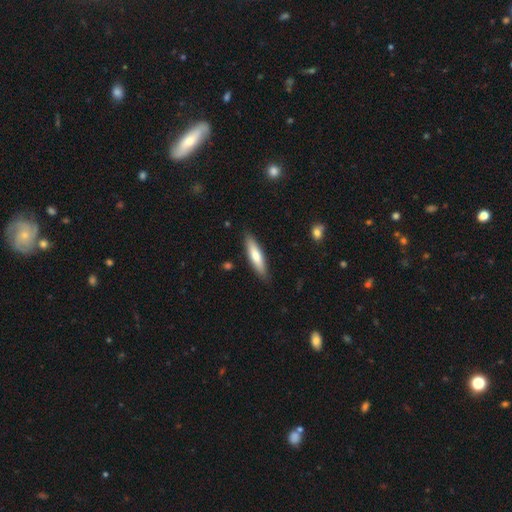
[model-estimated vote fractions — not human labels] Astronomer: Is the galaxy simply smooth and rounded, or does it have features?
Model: smooth — 70%.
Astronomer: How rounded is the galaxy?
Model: cigar-shaped — 73%.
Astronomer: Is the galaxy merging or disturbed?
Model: none — 87%.